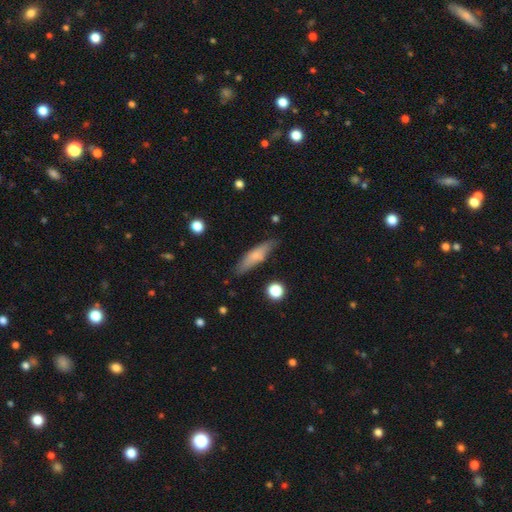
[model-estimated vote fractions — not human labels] This appears to be a smooth galaxy with no disk features (65%) that is cigar-shaped (69%). Merging: none (78%).